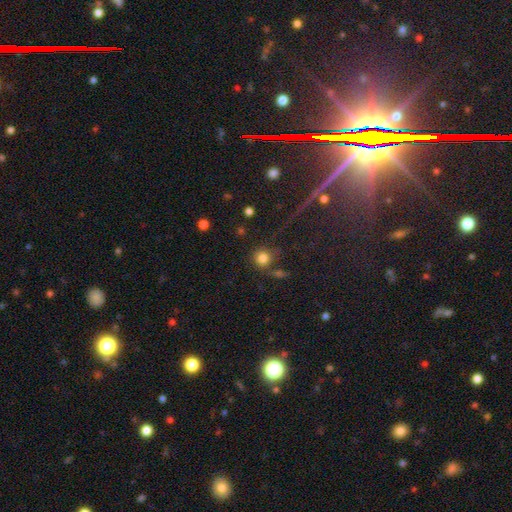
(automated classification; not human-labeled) smooth-or-featured: star or artifact: 62% | smooth: 24% | featured or disk: 14%